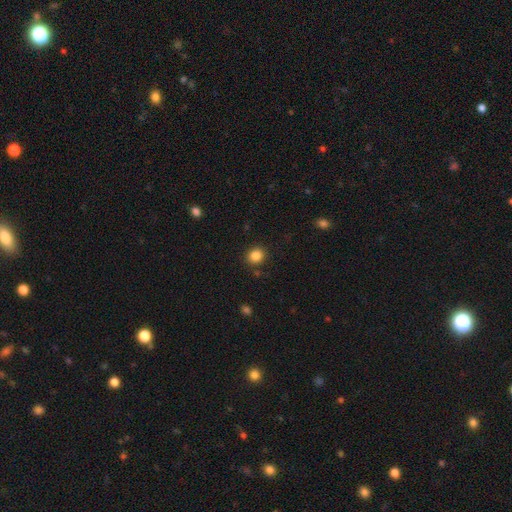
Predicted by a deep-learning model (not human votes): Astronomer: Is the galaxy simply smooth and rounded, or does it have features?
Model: smooth — 85%.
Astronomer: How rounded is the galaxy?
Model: round — 82%.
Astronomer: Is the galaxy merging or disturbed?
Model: none — 88%.